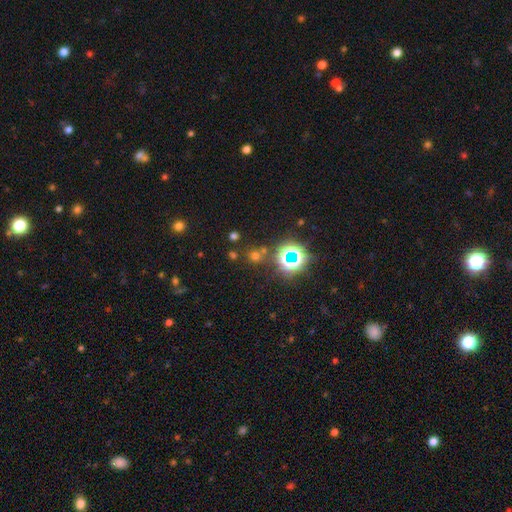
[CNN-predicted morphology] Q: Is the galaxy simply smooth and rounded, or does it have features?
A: smooth — 51%.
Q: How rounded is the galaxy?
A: round — 89%.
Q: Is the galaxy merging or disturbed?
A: none — 74%.